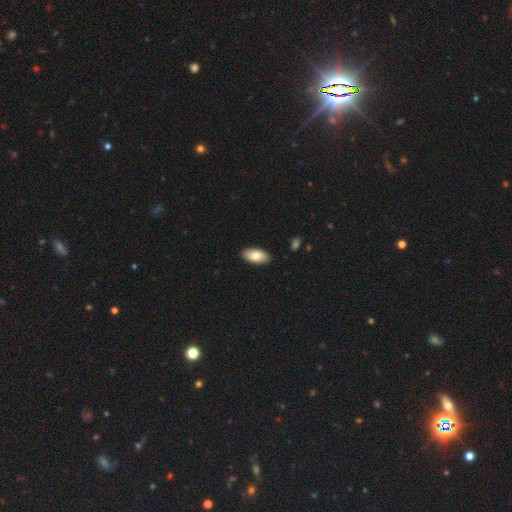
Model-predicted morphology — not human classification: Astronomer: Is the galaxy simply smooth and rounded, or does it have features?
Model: smooth — 79%.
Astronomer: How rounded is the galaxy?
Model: in between — 94%.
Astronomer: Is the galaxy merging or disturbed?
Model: none — 89%.